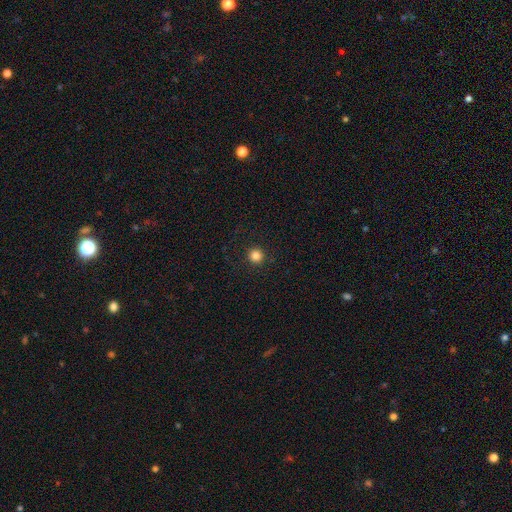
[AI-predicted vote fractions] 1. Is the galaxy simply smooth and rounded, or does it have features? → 84% smooth, 12% star or artifact, 4% featured or disk.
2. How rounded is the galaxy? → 96% round, 3% in between, 1% cigar-shaped.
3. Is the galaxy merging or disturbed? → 93% none, 5% minor disturbance, 2% major disturbance, 1% merger.